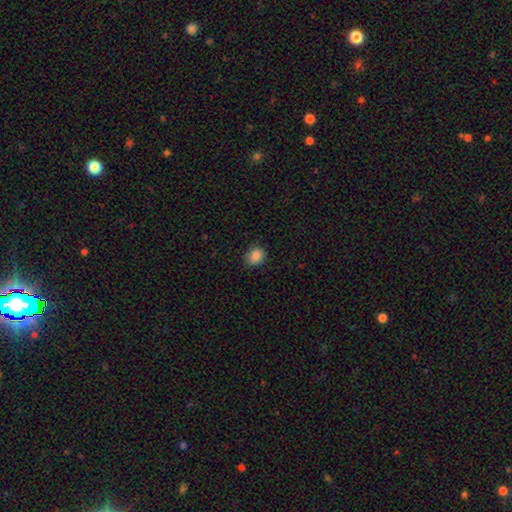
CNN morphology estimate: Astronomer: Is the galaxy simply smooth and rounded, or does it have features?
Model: smooth — 87%.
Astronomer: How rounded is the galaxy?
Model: round — 64%.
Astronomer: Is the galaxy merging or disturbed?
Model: none — 84%.